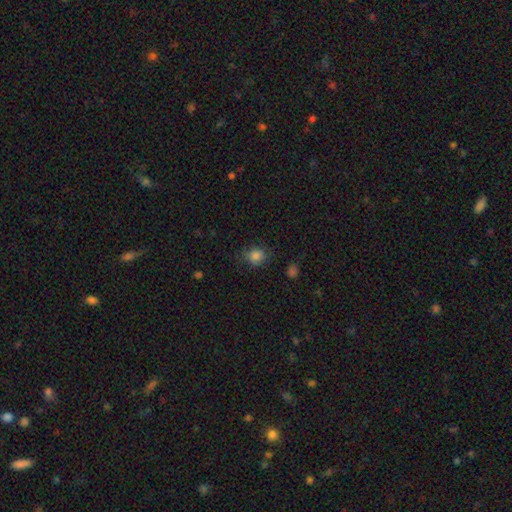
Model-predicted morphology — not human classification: Smooth or featured? smooth (84%)
How rounded? round (74%)
Merging? none (75%)